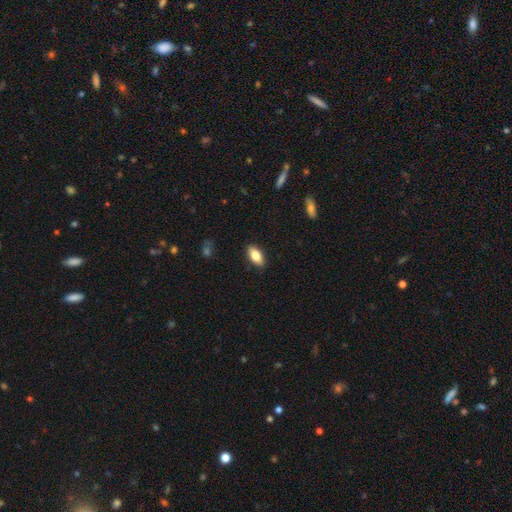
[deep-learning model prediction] Smooth or featured?
  - smooth: 81% *
  - featured or disk: 12%
  - star or artifact: 7%
How rounded?
  - in between: 90% *
  - cigar-shaped: 7%
  - round: 3%
Merging?
  - none: 88% *
  - minor disturbance: 9%
  - major disturbance: 2%
  - merger: 1%